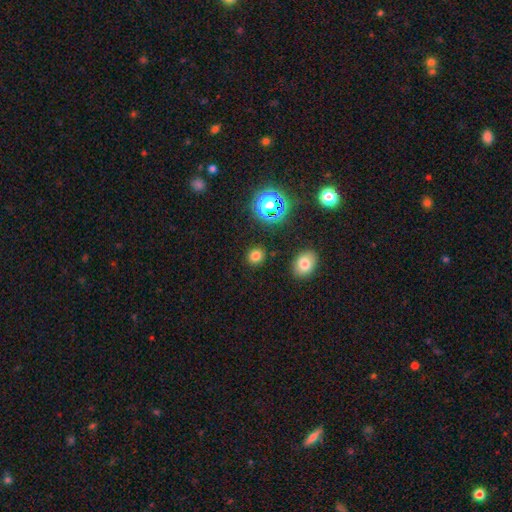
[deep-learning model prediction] Smooth or featured?
  - smooth: 76% *
  - star or artifact: 19%
  - featured or disk: 5%
How rounded?
  - round: 82% *
  - in between: 17%
  - cigar-shaped: 1%
Merging?
  - none: 89% *
  - minor disturbance: 7%
  - major disturbance: 2%
  - merger: 2%